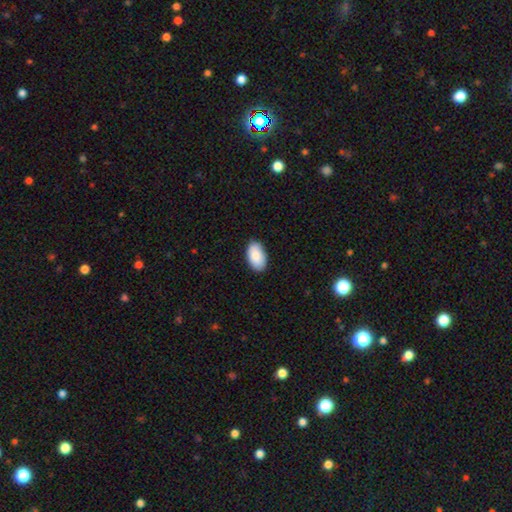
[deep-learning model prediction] smooth 88%, featured or disk 6%, star or artifact 6%. Down the decision tree: how rounded — in between (95%); merging — none (88%).